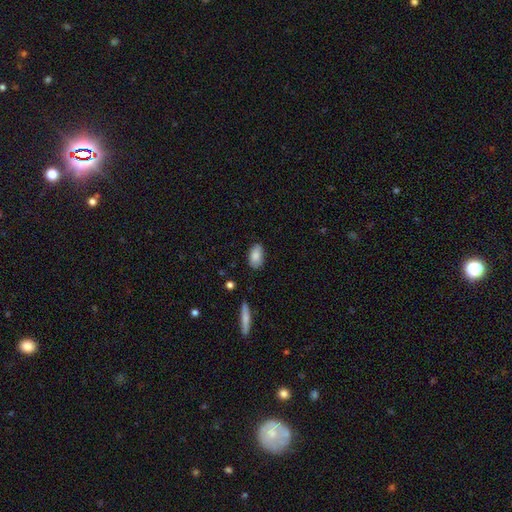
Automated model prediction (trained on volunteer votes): smooth_or_featured: smooth (p=0.86) [alt: featured or disk p=0.07]
how_rounded: in between (p=0.93) [alt: round p=0.05]
merging: none (p=0.81) [alt: minor disturbance p=0.15]